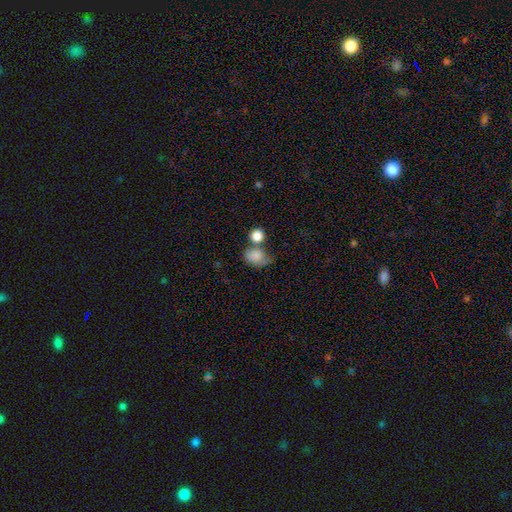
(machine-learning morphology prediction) Smooth or featured? smooth (81%)
How rounded? in between (60%)
Merging? none (34%)